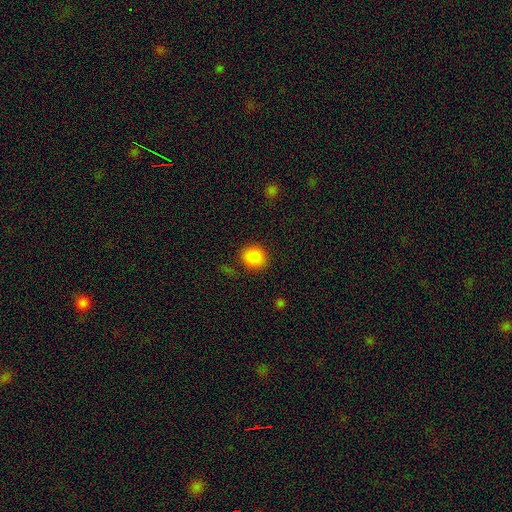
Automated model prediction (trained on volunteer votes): smooth-or-featured: smooth: 87% | star or artifact: 10% | featured or disk: 4%
  how-rounded: round: 79% | in between: 20% | cigar-shaped: 1%
  merging: none: 85% | minor disturbance: 9% | major disturbance: 4% | merger: 2%